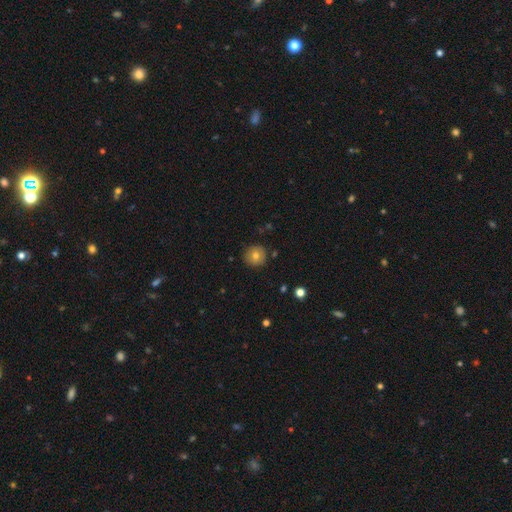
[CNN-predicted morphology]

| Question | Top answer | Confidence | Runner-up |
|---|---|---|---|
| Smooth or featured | smooth | 74% | featured or disk (16%) |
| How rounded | round | 94% | in between (5%) |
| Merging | none | 87% | minor disturbance (9%) |